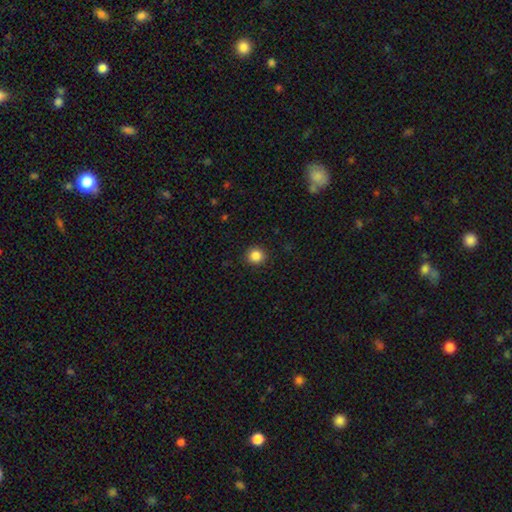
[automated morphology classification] Smooth or featured?
  - smooth: 86% *
  - star or artifact: 10%
  - featured or disk: 4%
How rounded?
  - round: 92% *
  - in between: 7%
  - cigar-shaped: 1%
Merging?
  - none: 92% *
  - minor disturbance: 6%
  - major disturbance: 2%
  - merger: 1%